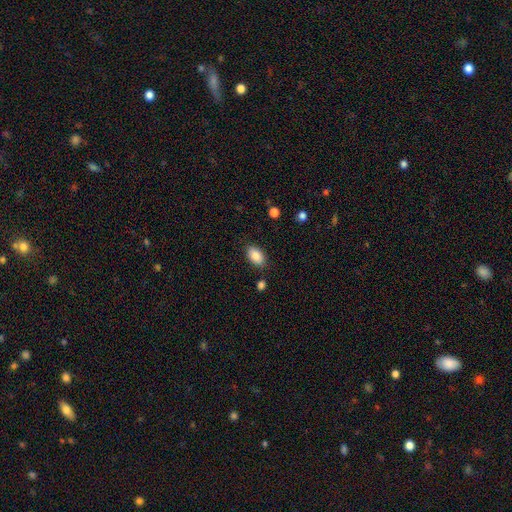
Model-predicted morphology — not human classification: Smooth or featured?
  - smooth: 86% *
  - star or artifact: 7%
  - featured or disk: 7%
How rounded?
  - in between: 91% *
  - round: 7%
  - cigar-shaped: 1%
Merging?
  - none: 84% *
  - minor disturbance: 11%
  - major disturbance: 3%
  - merger: 2%